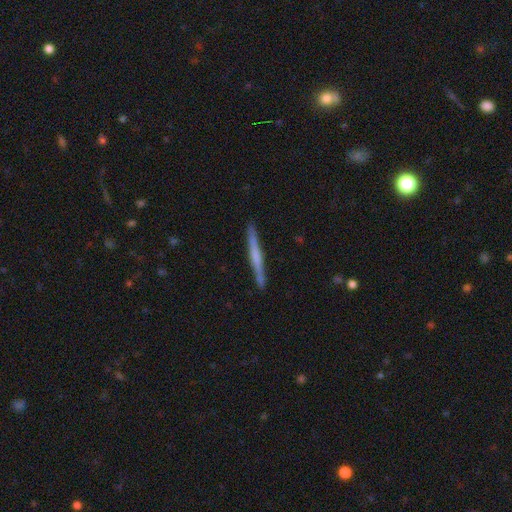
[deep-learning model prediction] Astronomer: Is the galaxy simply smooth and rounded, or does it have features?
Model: featured or disk — 55% (runner-up: smooth, 39%).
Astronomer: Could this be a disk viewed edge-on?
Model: yes — 97%.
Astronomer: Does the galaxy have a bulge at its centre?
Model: none — 58%.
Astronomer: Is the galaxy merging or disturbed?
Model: none — 89%.